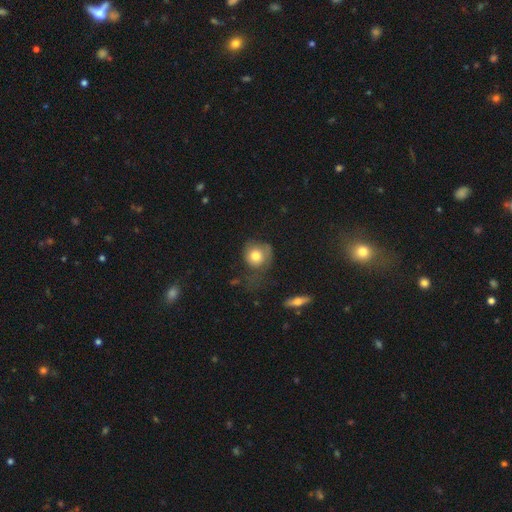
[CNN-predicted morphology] smooth_or_featured: smooth (p=0.75) [alt: featured or disk p=0.17]
how_rounded: round (p=0.79) [alt: in between p=0.20]
merging: none (p=0.42) [alt: minor disturbance p=0.28]